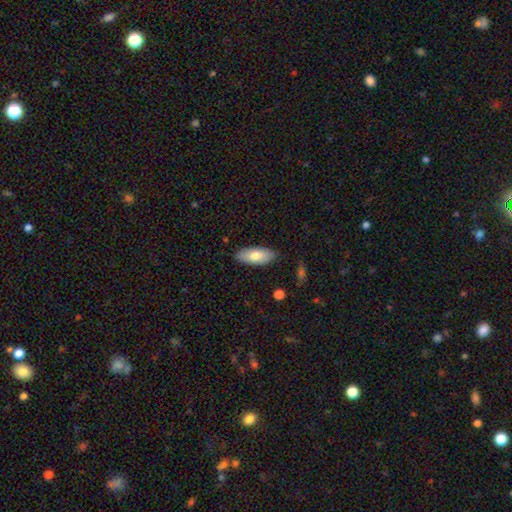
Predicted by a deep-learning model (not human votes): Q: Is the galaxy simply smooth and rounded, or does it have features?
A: smooth — 75%.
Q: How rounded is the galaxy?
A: in between — 87%.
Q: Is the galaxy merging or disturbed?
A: none — 85%.